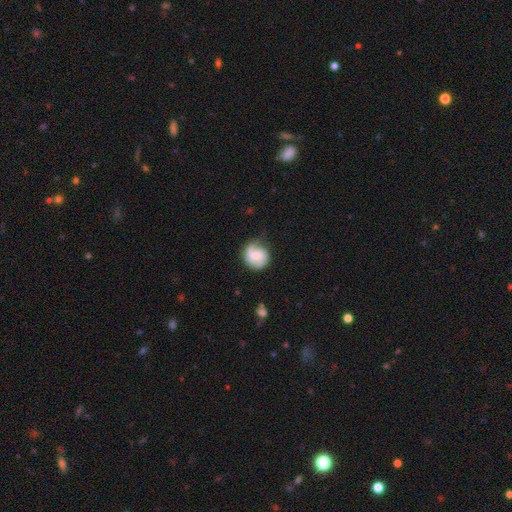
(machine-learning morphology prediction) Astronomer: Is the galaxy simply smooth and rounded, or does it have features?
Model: featured or disk — 64%.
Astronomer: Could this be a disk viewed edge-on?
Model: no — 98%.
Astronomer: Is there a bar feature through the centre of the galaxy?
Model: no — 50% (runner-up: weak, 42%).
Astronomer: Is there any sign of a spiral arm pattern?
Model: yes — 92%.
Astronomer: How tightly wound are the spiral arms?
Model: medium — 43% (runner-up: loose, 31%).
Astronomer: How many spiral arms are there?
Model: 2 — 72%.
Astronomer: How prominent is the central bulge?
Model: small — 46% (runner-up: moderate, 39%).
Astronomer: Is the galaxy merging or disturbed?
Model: none — 67%.